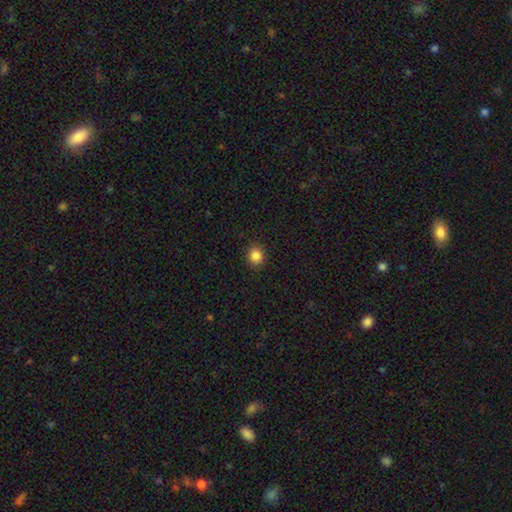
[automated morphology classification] Q: Smooth or featured?
A: smooth (85%); runner-up: star or artifact (11%)
Q: How rounded?
A: round (86%); runner-up: in between (13%)
Q: Merging?
A: none (90%); runner-up: minor disturbance (7%)